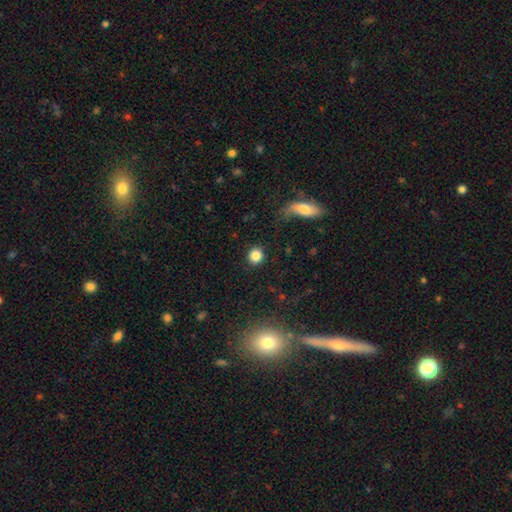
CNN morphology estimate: Smooth or featured? Predicted: smooth (p=0.84). How rounded? Predicted: round (p=0.88). Merging? Predicted: none (p=0.90).